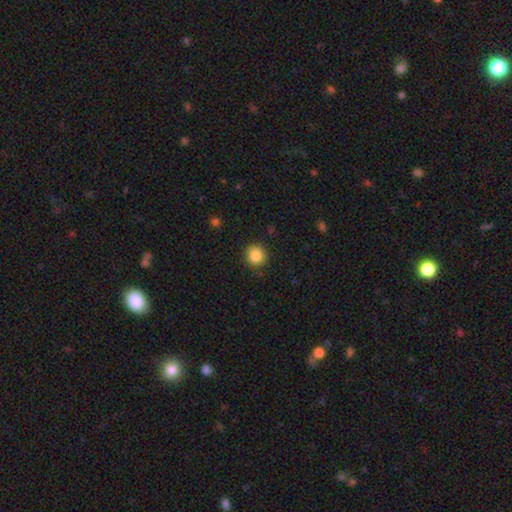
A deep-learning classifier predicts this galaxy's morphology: Overall: smooth (86%). How rounded: round (92%). Merging: none (89%).